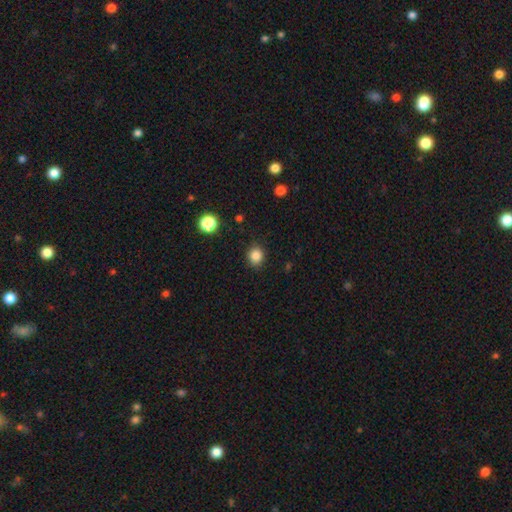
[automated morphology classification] This is clearly a smooth galaxy (84%). How rounded: likely round (79%). Merging: clearly none (88%).